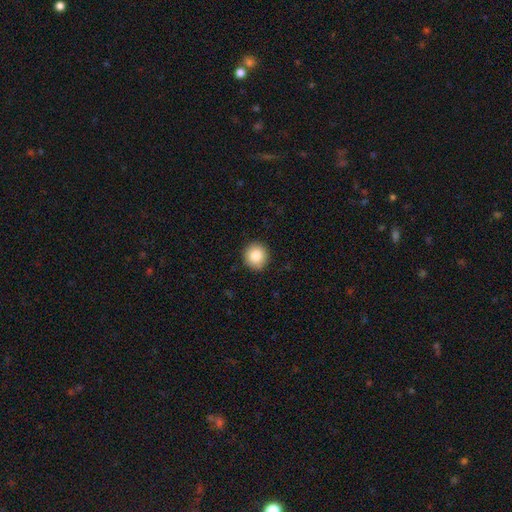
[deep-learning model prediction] A smooth galaxy with no disk features (84%) that is round (93%).

Vote fractions:
- Smooth or featured? smooth: 84% / star or artifact: 9% / featured or disk: 8%
- How rounded? round: 93% / in between: 6% / cigar-shaped: 1%
- Merging? none: 91% / minor disturbance: 6% / major disturbance: 2% / merger: 1%